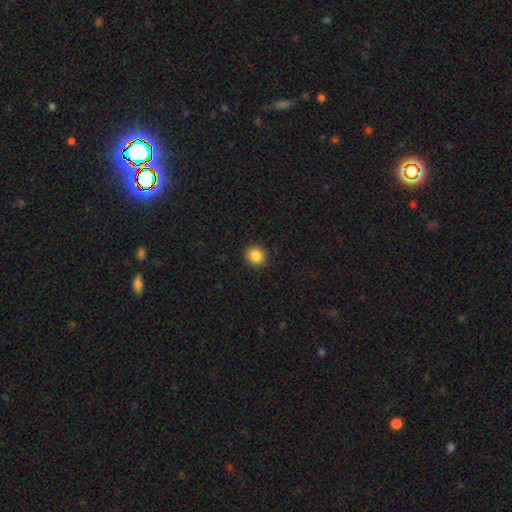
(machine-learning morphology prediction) Smooth or featured: smooth — 86% (star or artifact — 10%)
How rounded: round — 88% (in between — 11%)
Merging: none — 91% (minor disturbance — 6%)